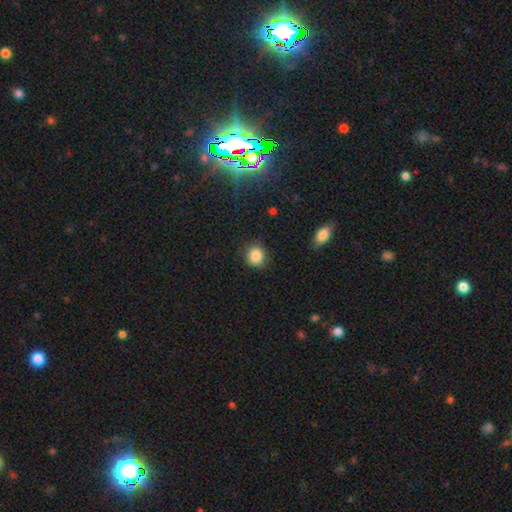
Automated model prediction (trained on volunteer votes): Smooth or featured? Predicted: smooth (p=0.86). How rounded? Predicted: round (p=0.80). Merging? Predicted: none (p=0.85).